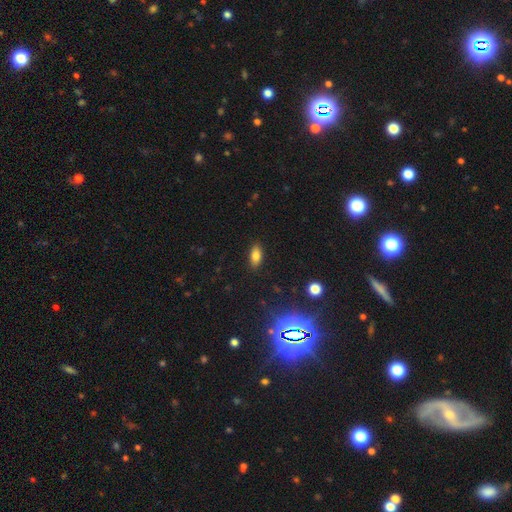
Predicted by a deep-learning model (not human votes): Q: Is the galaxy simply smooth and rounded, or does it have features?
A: smooth — 79%.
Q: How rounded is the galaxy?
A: in between — 88%.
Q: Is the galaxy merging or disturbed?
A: none — 88%.